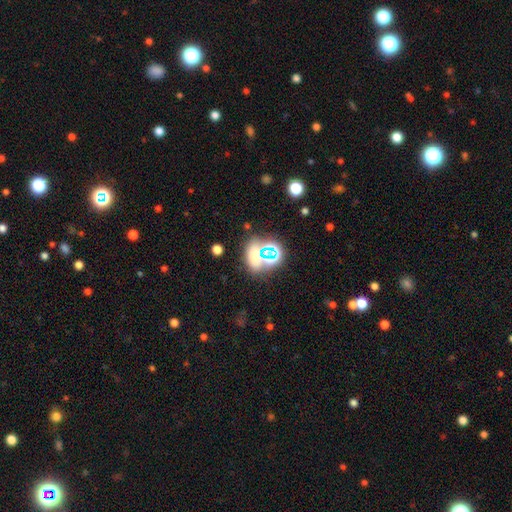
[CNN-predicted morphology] The model was most divided on "smooth or featured": smooth: 56%, star or artifact: 32%, featured or disk: 12%. More confident: how rounded — in between (61%); merging — none (60%).